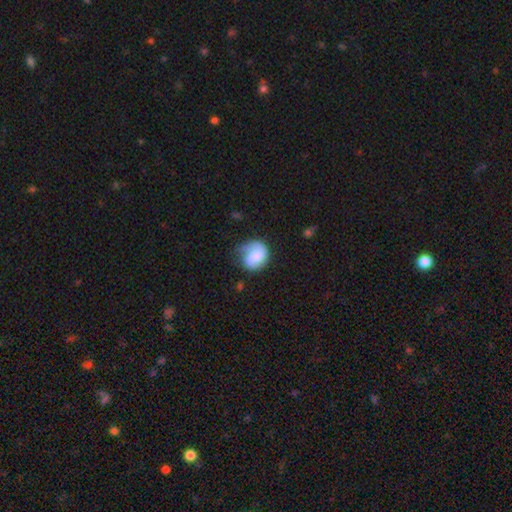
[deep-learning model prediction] This is possibly a smooth galaxy (54%). How rounded: likely round (65%). Merging: marginally none (42%).